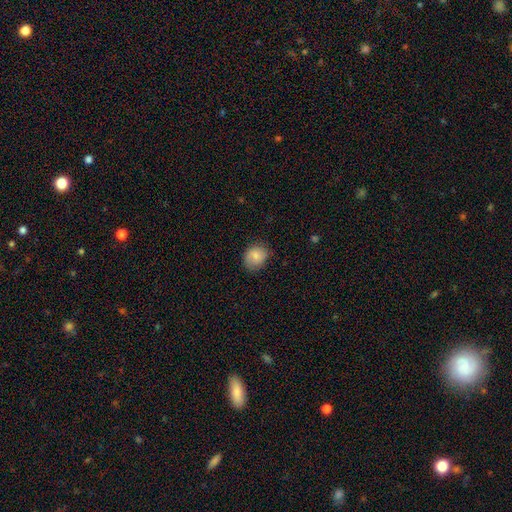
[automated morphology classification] smooth-or-featured: smooth: 81% | featured or disk: 11% | star or artifact: 8%
  how-rounded: round: 63% | in between: 36% | cigar-shaped: 1%
  merging: none: 72% | minor disturbance: 22% | major disturbance: 5% | merger: 1%